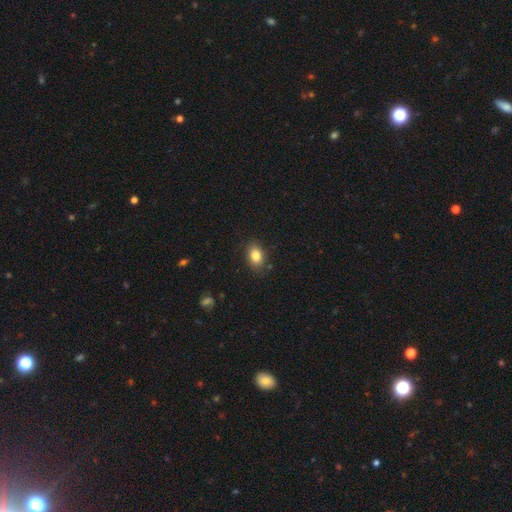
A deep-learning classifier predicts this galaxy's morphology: Q: Smooth or featured?
A: smooth (83%); runner-up: star or artifact (9%)
Q: How rounded?
A: in between (82%); runner-up: round (16%)
Q: Merging?
A: none (84%); runner-up: minor disturbance (12%)